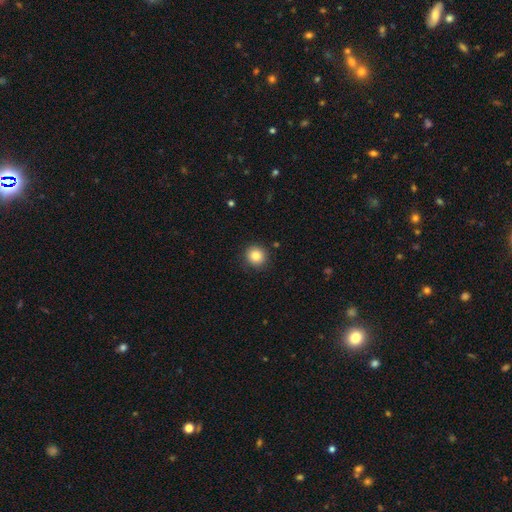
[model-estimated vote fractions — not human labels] A smooth galaxy with no disk features (84%) that is round (91%).

Vote fractions:
- Smooth or featured? smooth: 84% / star or artifact: 11% / featured or disk: 5%
- How rounded? round: 91% / in between: 8% / cigar-shaped: 1%
- Merging? none: 89% / minor disturbance: 7% / major disturbance: 2% / merger: 1%